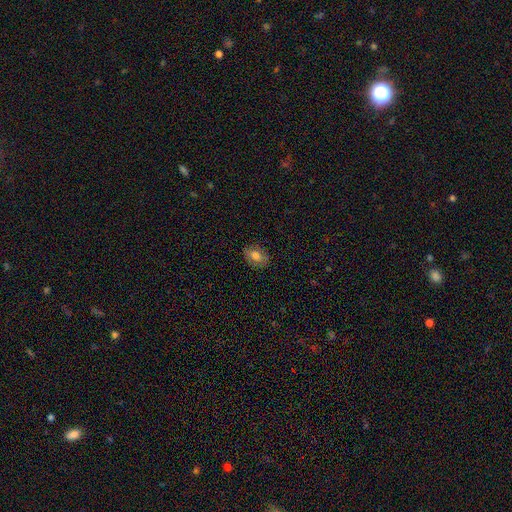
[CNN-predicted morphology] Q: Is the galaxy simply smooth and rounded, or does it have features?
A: smooth — 70%.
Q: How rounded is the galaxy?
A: in between — 76%.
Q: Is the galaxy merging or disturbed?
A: none — 81%.